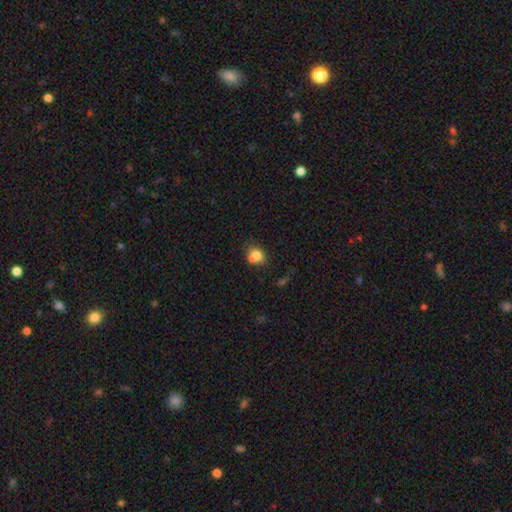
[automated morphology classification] smooth_or_featured: smooth (p=0.75) [alt: featured or disk p=0.14]
how_rounded: round (p=0.60) [alt: in between p=0.38]
merging: none (p=0.43) [alt: merger p=0.38]